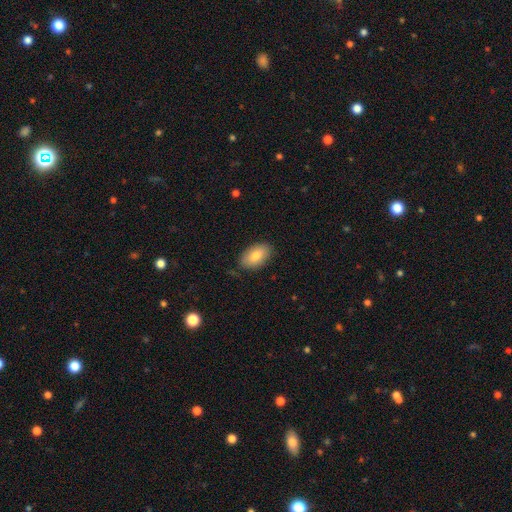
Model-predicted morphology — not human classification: Q: Smooth or featured?
A: smooth (82%); runner-up: featured or disk (11%)
Q: How rounded?
A: in between (94%); runner-up: round (5%)
Q: Merging?
A: none (84%); runner-up: minor disturbance (12%)